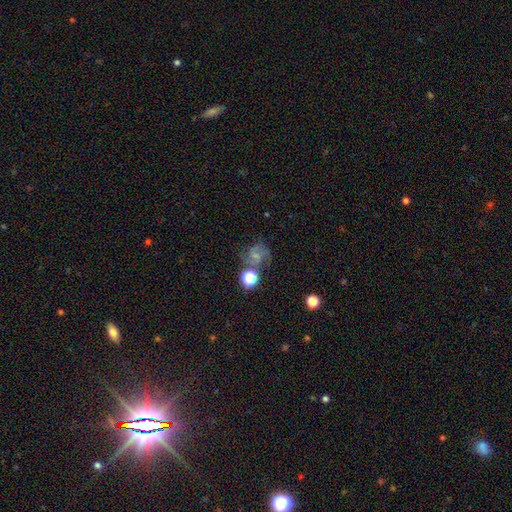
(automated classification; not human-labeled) Smooth or featured? featured or disk (53%)
Edge-on disk? no (98%)
Bar? no (52%)
Spiral arms? yes (89%)
Bulge size? small (47%)
Merging? none (52%)